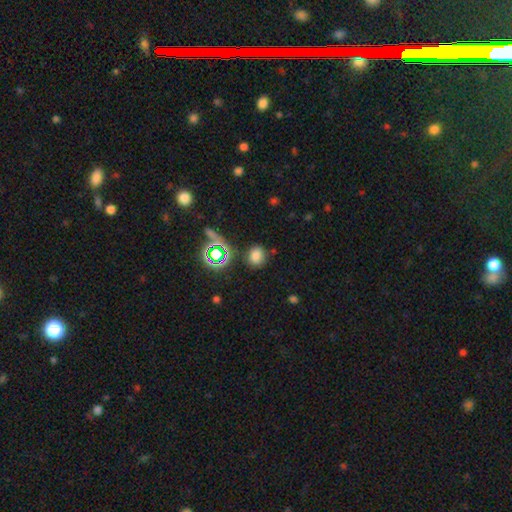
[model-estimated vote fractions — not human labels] Smooth or featured?
  - smooth: 73% *
  - star or artifact: 21%
  - featured or disk: 7%
How rounded?
  - round: 67% *
  - in between: 32%
  - cigar-shaped: 1%
Merging?
  - none: 80% *
  - minor disturbance: 12%
  - merger: 4%
  - major disturbance: 4%